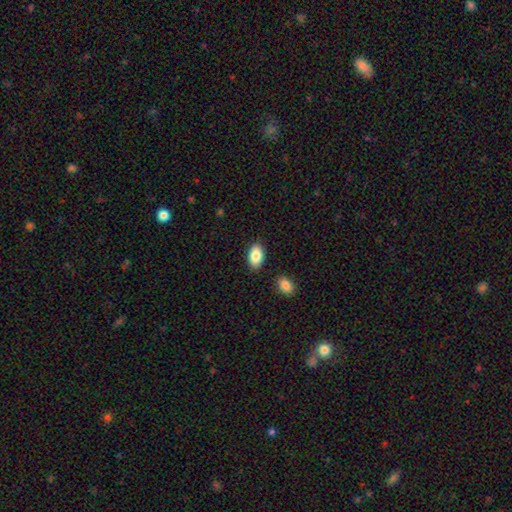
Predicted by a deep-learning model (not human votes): smooth_or_featured: smooth (p=0.87) [alt: star or artifact p=0.07]
how_rounded: in between (p=0.93) [alt: round p=0.05]
merging: none (p=0.86) [alt: minor disturbance p=0.09]